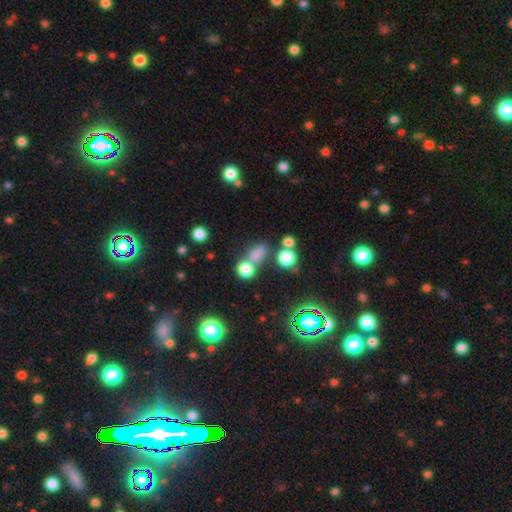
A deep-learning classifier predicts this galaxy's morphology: smooth 72%, star or artifact 20%, featured or disk 8%. Down the decision tree: how rounded — in between (50%); merging — none (48%).